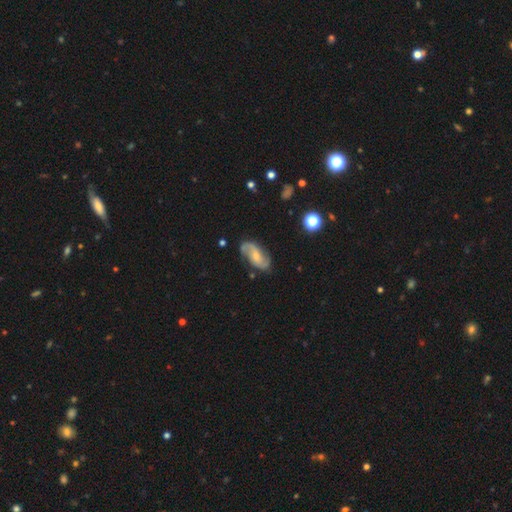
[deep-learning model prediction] Q: Smooth or featured?
A: featured or disk (77%); runner-up: smooth (17%)
Q: Edge-on disk?
A: no (96%); runner-up: yes (4%)
Q: Bar?
A: no (48%); runner-up: weak (41%)
Q: Spiral arms?
A: yes (95%); runner-up: no (5%)
Q: Spiral winding?
A: medium (43%); runner-up: loose (40%)
Q: Spiral arm count?
A: 2 (89%); runner-up: can't tell (5%)
Q: Bulge size?
A: small (50%); runner-up: moderate (35%)
Q: Merging?
A: none (74%); runner-up: minor disturbance (17%)